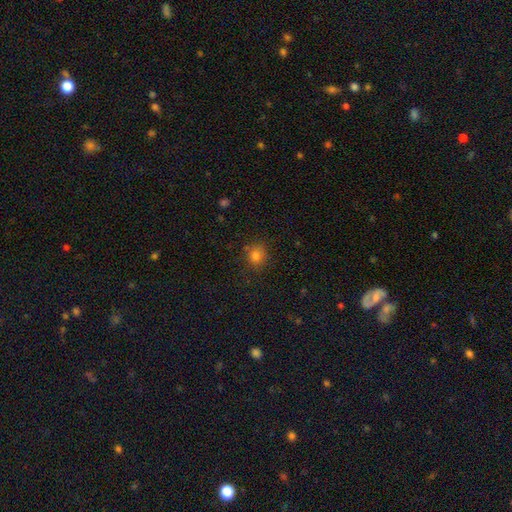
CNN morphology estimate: This is likely a smooth galaxy (80%). How rounded: likely round (79%). Merging: clearly none (84%).